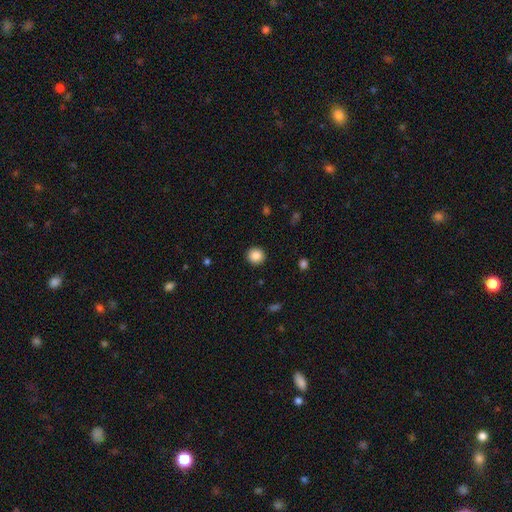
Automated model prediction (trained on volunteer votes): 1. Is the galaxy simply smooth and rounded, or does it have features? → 87% smooth, 10% star or artifact, 4% featured or disk.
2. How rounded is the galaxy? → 93% round, 6% in between, 1% cigar-shaped.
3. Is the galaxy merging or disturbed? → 92% none, 5% minor disturbance, 2% major disturbance, 1% merger.